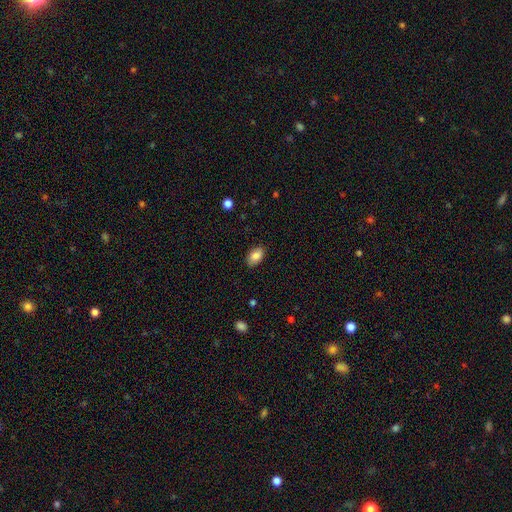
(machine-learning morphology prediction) Smooth or featured: smooth — 86% (star or artifact — 8%)
How rounded: in between — 92% (round — 7%)
Merging: none — 86% (minor disturbance — 11%)